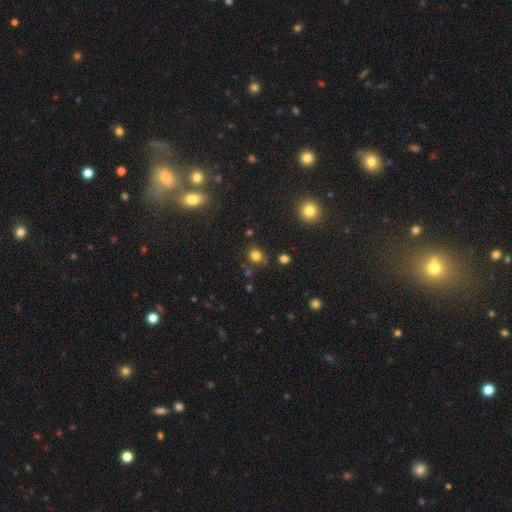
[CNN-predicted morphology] type=smooth (79%); roundness=round (76%); merging=none (74%).